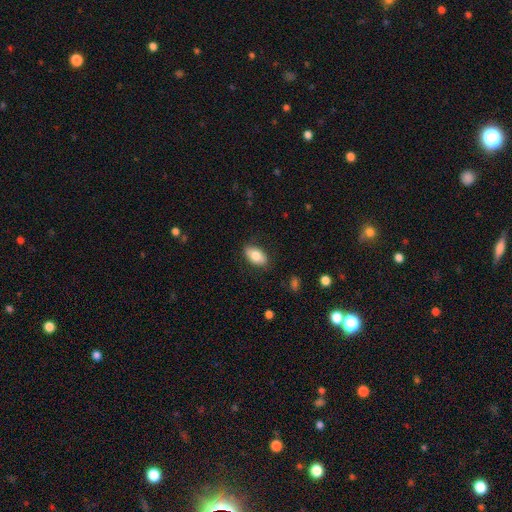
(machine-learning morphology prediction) Overall: smooth (77%). How rounded: in between (92%). Merging: none (83%).